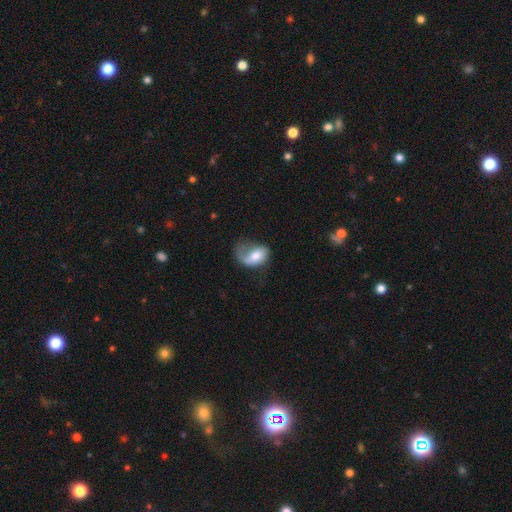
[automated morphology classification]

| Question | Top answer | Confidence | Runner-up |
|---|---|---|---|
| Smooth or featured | smooth | 49% | featured or disk (44%) |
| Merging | major disturbance | 46% | none (26%) |